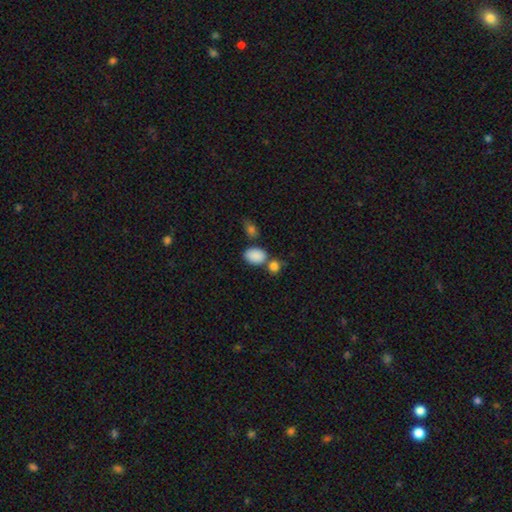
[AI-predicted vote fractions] Q: Smooth or featured?
A: smooth (87%); runner-up: star or artifact (8%)
Q: How rounded?
A: in between (83%); runner-up: round (16%)
Q: Merging?
A: none (57%); runner-up: merger (25%)